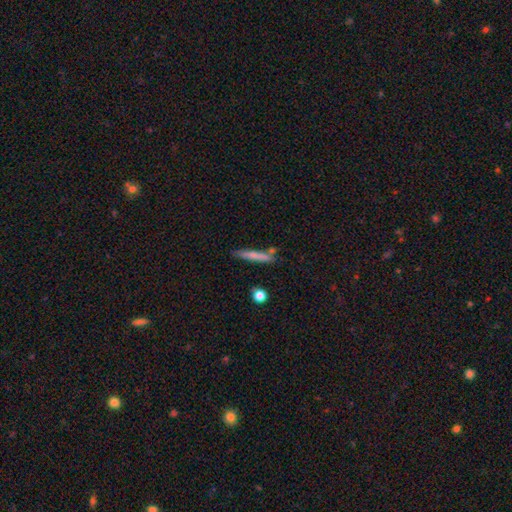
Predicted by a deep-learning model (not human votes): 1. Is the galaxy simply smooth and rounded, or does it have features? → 68% smooth, 25% featured or disk, 7% star or artifact.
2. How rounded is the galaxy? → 92% cigar-shaped, 6% in between, 2% round.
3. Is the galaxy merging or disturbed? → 74% none, 15% minor disturbance, 7% merger, 4% major disturbance.